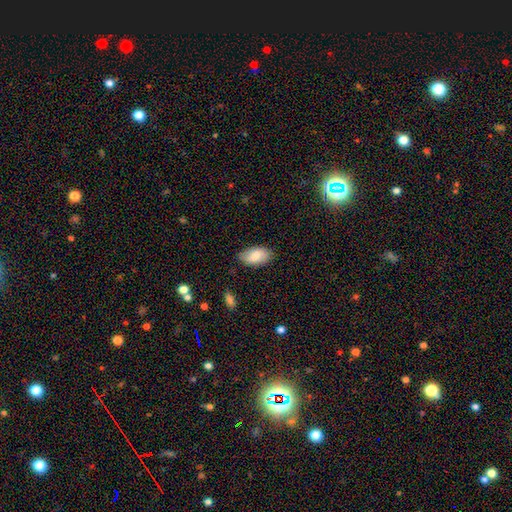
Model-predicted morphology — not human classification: A smooth galaxy with no disk features (78%) that is in between round and cigar-shaped (94%).

Vote fractions:
- Smooth or featured? smooth: 78% / featured or disk: 16% / star or artifact: 6%
- How rounded? in between: 94% / round: 4% / cigar-shaped: 2%
- Merging? none: 82% / minor disturbance: 14% / major disturbance: 3% / merger: 1%